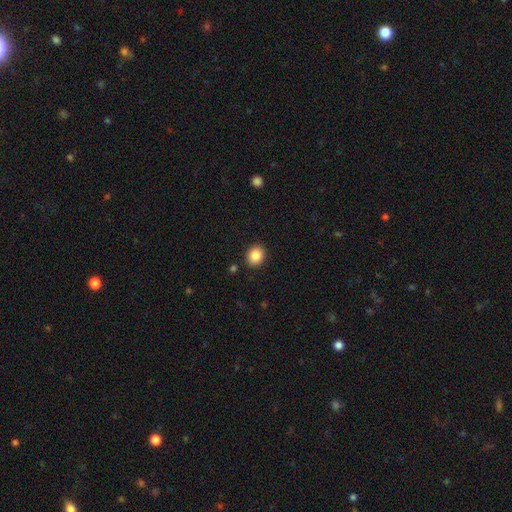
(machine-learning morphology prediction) This appears to be a smooth galaxy with no disk features (86%) that is round (64%). Merging: none (90%).